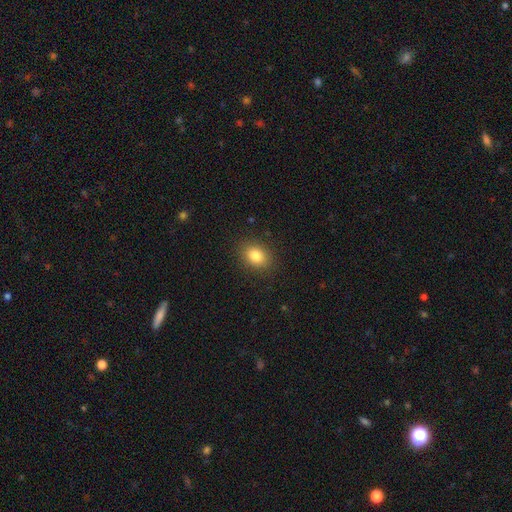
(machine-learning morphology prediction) type=smooth (83%); roundness=in between (58%); merging=none (88%).